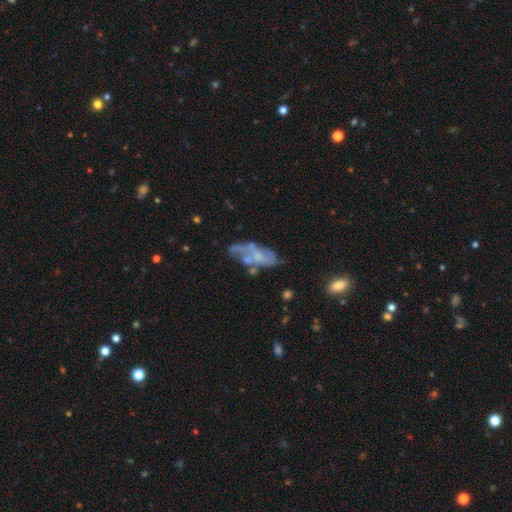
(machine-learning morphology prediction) Overall: featured or disk (61%; smooth 29%). Edge-on disk: no (91%). Bar: no (79%). Spiral arms: no (61%; yes 39%). Bulge size: none (41%; small 32%). Merging: none (37%; major disturbance 24%).